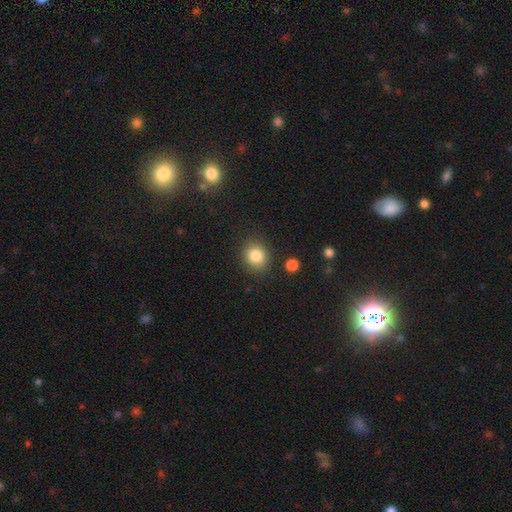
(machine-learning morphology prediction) type=smooth (84%); roundness=round (75%); merging=none (86%).